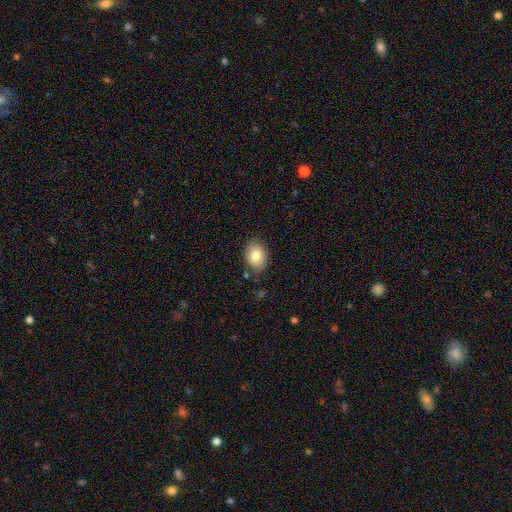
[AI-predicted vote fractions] Smooth or featured?
  - smooth: 82% *
  - featured or disk: 10%
  - star or artifact: 8%
How rounded?
  - in between: 73% *
  - round: 26%
  - cigar-shaped: 1%
Merging?
  - none: 83% *
  - minor disturbance: 12%
  - major disturbance: 3%
  - merger: 2%